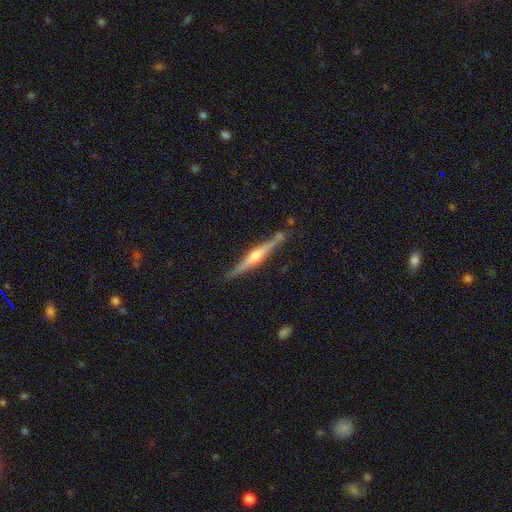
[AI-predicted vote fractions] Smooth or featured?
  - featured or disk: 75% *
  - smooth: 19%
  - star or artifact: 6%
Edge-on disk?
  - yes: 98% *
  - no: 2%
Edge-on bulge?
  - rounded: 84% *
  - none: 8%
  - boxy: 8%
Merging?
  - none: 83% *
  - minor disturbance: 11%
  - merger: 4%
  - major disturbance: 2%